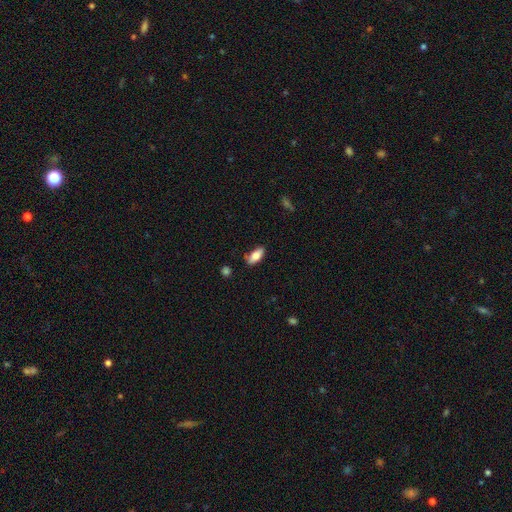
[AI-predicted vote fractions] Q: Smooth or featured?
A: smooth (77%); runner-up: featured or disk (16%)
Q: How rounded?
A: in between (82%); runner-up: cigar-shaped (15%)
Q: Merging?
A: none (79%); runner-up: minor disturbance (16%)